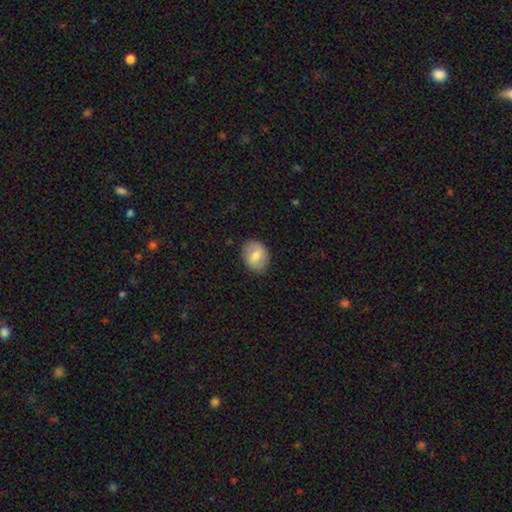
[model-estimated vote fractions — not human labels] Smooth or featured?
  - smooth: 69% *
  - featured or disk: 24%
  - star or artifact: 7%
How rounded?
  - in between: 52% *
  - round: 46%
  - cigar-shaped: 1%
Merging?
  - none: 84% *
  - minor disturbance: 12%
  - major disturbance: 3%
  - merger: 1%